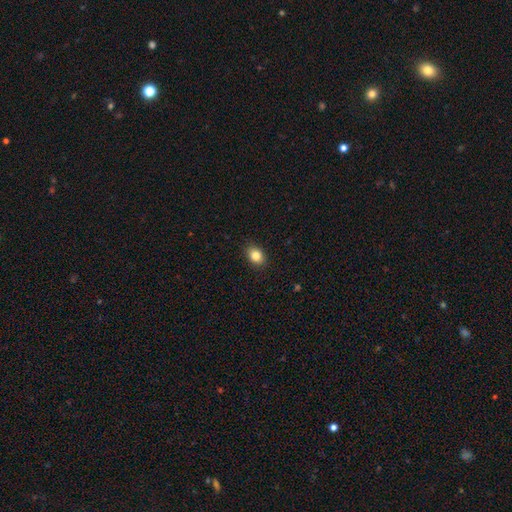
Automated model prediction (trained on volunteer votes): Smooth or featured?
  - smooth: 85% *
  - star or artifact: 9%
  - featured or disk: 6%
How rounded?
  - in between: 68% *
  - round: 31%
  - cigar-shaped: 1%
Merging?
  - none: 89% *
  - minor disturbance: 8%
  - major disturbance: 2%
  - merger: 1%